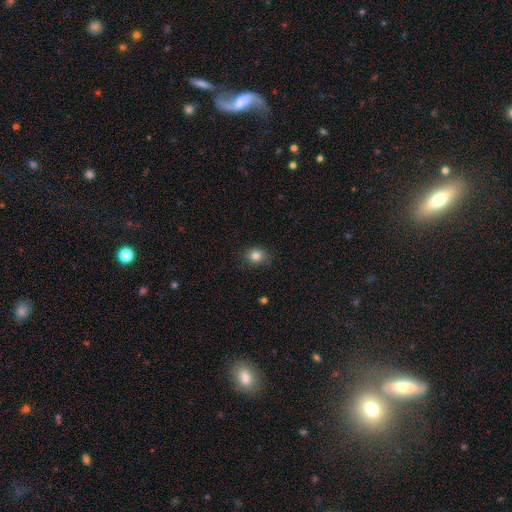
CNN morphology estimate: The model was most divided on "how rounded": round: 65%, in between: 34%, cigar-shaped: 1%. More confident: merging — none (85%); smooth or featured — smooth (83%).